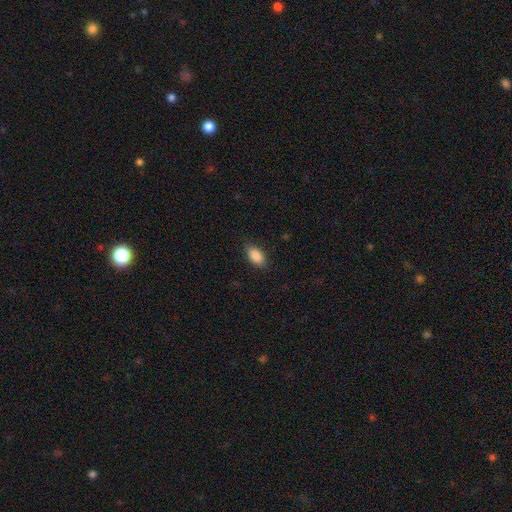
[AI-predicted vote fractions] smooth-or-featured: smooth: 89% | star or artifact: 7% | featured or disk: 4%
  how-rounded: in between: 91% | round: 4% | cigar-shaped: 4%
  merging: none: 84% | minor disturbance: 12% | major disturbance: 3% | merger: 1%